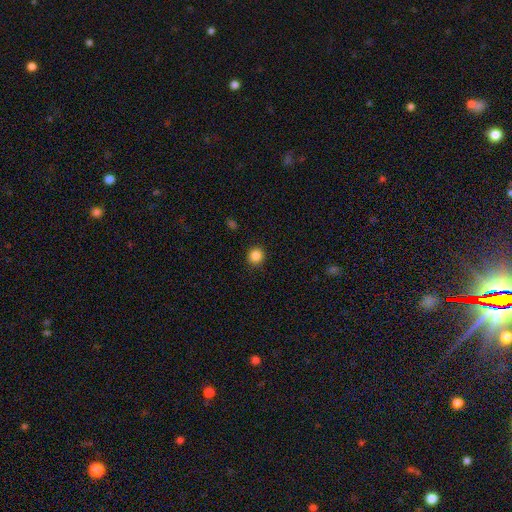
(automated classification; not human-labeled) Smooth or featured? smooth (86%)
How rounded? round (93%)
Merging? none (91%)